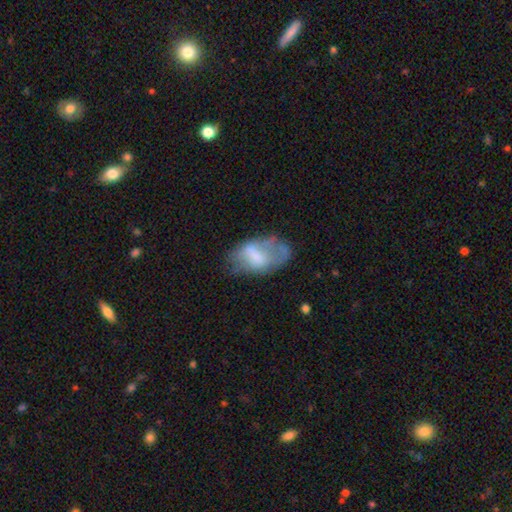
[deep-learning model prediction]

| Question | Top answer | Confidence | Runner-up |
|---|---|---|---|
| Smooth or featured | smooth | 53% | featured or disk (38%) |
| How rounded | in between | 91% | round (7%) |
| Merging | none | 40% | minor disturbance (30%) |